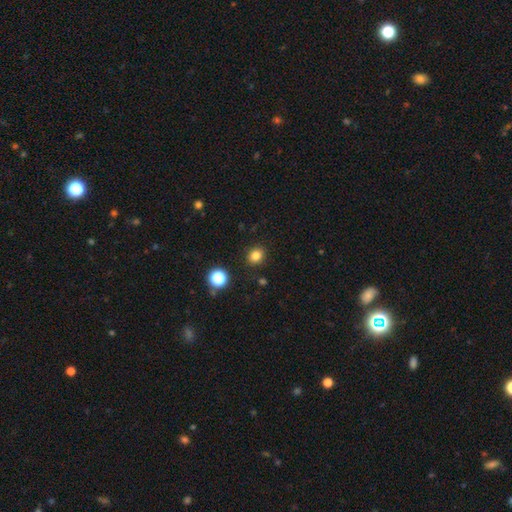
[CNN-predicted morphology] smooth 81%, star or artifact 14%, featured or disk 5%. Down the decision tree: how rounded — round (72%); merging — none (89%).